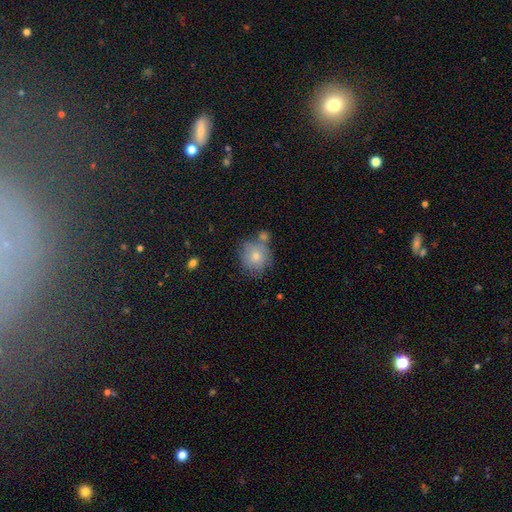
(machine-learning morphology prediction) Smooth or featured? smooth (75%)
How rounded? round (82%)
Merging? none (57%)